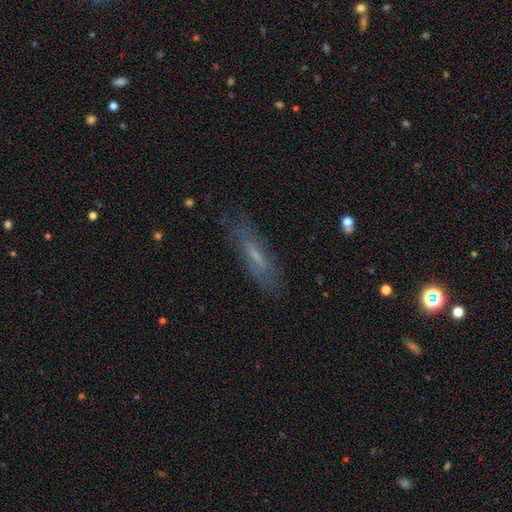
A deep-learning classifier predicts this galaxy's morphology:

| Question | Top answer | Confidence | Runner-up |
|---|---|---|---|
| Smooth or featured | featured or disk | 47% | smooth (42%) |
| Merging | none | 79% | minor disturbance (15%) |